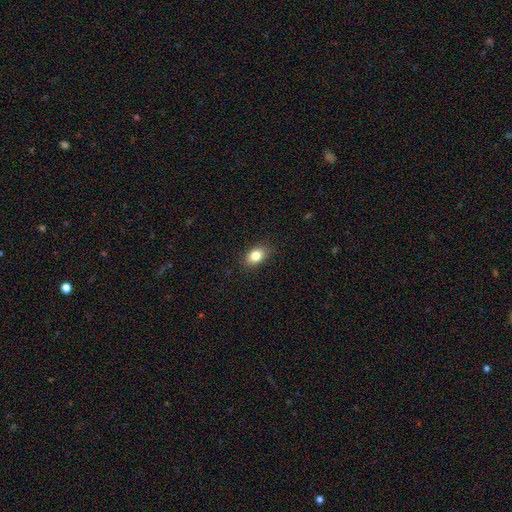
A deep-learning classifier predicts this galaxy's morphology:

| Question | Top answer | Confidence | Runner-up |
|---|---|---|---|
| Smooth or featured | smooth | 83% | star or artifact (9%) |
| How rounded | in between | 83% | round (15%) |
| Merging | none | 87% | minor disturbance (10%) |